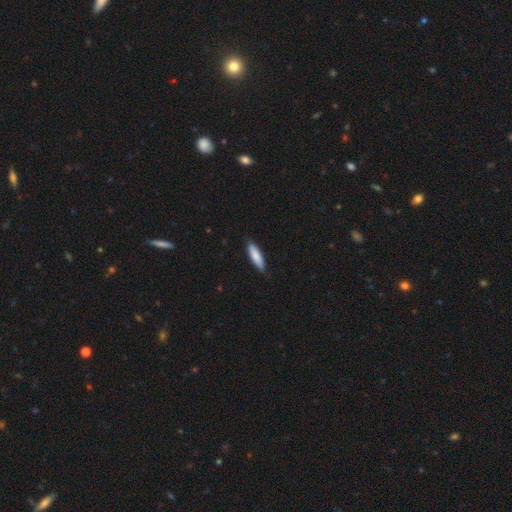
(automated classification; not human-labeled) smooth 84%, featured or disk 11%, star or artifact 5%. Down the decision tree: how rounded — cigar-shaped (60%); merging — none (83%).